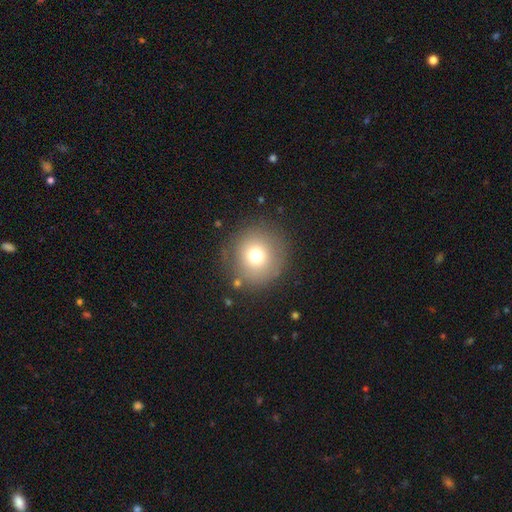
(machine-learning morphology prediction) Smooth or featured?
  - smooth: 72% *
  - star or artifact: 14%
  - featured or disk: 14%
How rounded?
  - round: 94% *
  - in between: 5%
  - cigar-shaped: 1%
Merging?
  - none: 85% *
  - minor disturbance: 9%
  - major disturbance: 4%
  - merger: 2%